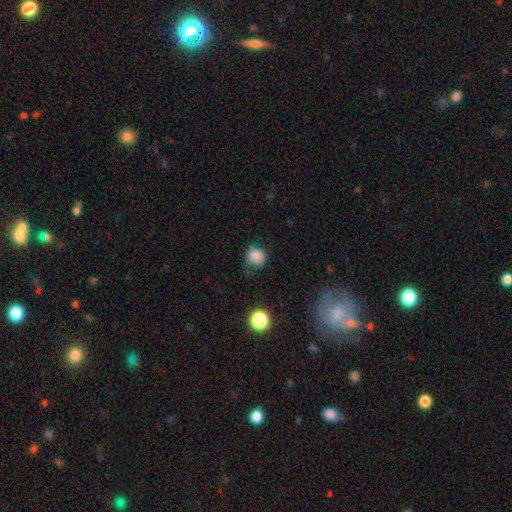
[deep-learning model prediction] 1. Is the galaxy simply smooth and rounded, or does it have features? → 81% smooth, 12% star or artifact, 7% featured or disk.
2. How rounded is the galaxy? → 72% round, 27% in between, 1% cigar-shaped.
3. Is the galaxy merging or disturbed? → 44% none, 36% minor disturbance, 17% major disturbance, 3% merger.